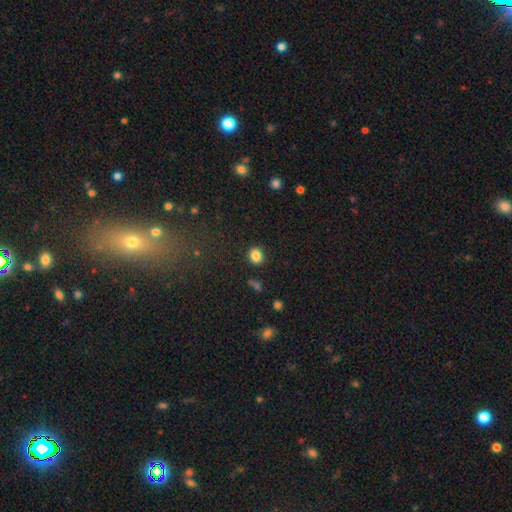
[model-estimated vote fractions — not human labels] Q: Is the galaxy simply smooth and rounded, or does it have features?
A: smooth — 84%.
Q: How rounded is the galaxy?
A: round — 61%.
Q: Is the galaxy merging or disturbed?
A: none — 88%.